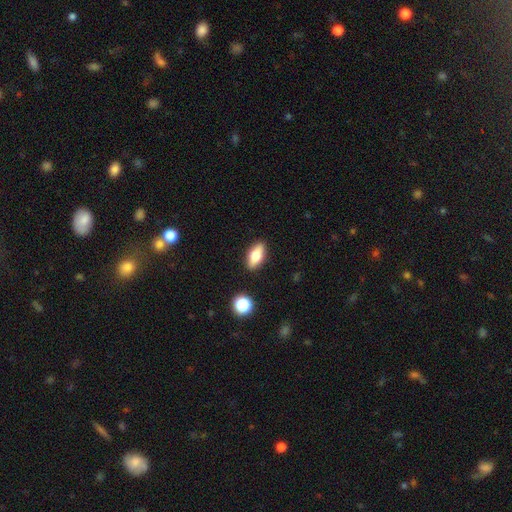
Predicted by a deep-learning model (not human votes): This appears to be a smooth galaxy with no disk features (71%) that is in between round and cigar-shaped (80%). Merging: none (88%).